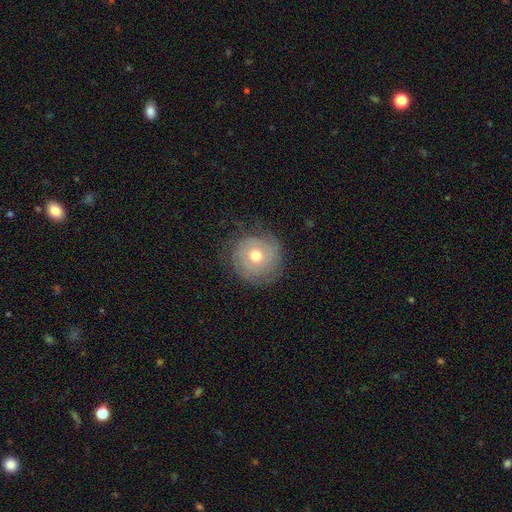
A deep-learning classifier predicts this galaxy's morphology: This is possibly a smooth galaxy (46%). Merging: likely none (69%).